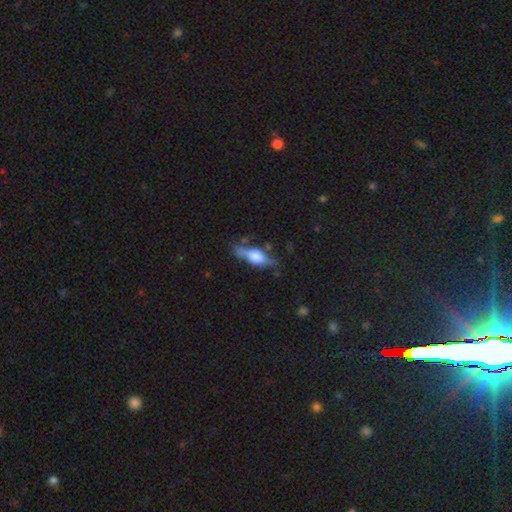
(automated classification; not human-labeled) featured or disk 49%, smooth 44%, star or artifact 7%. Down the decision tree: merging — none (63%).